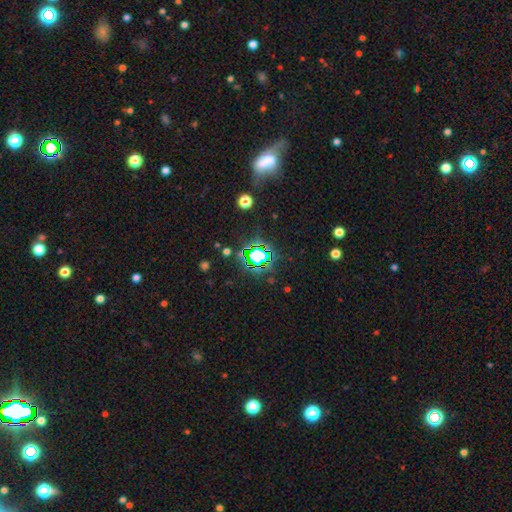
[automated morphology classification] The model was most divided on "smooth or featured": star or artifact: 72%, smooth: 17%, featured or disk: 11%.